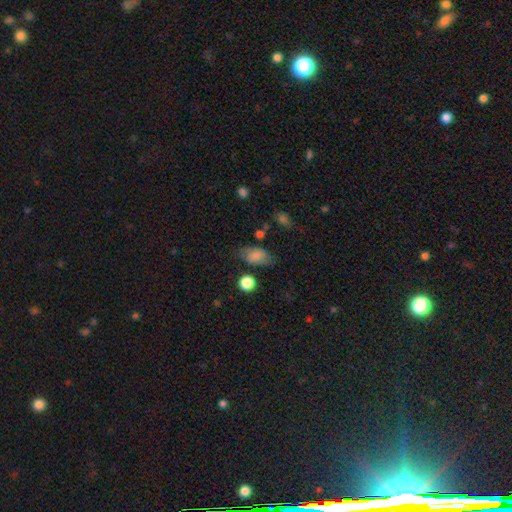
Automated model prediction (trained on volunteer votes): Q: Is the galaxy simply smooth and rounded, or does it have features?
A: smooth — 78%.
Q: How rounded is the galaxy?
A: in between — 87%.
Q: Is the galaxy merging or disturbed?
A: none — 67%.